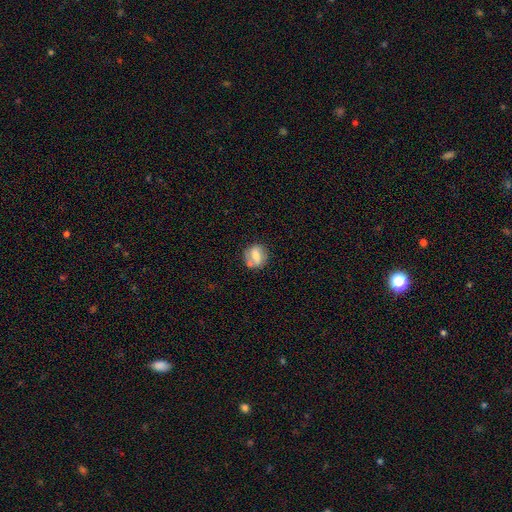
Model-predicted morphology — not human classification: type=smooth (59%); roundness=round (67%); merging=none (63%).